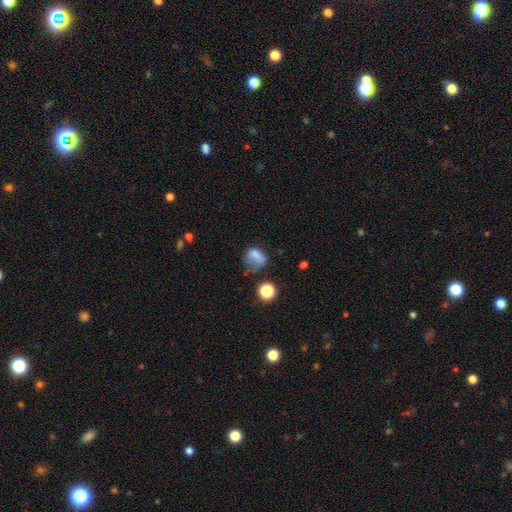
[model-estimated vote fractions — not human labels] A smooth galaxy with no disk features (68%) that is in between round and cigar-shaped (56%). Merging: major disturbance (34%).